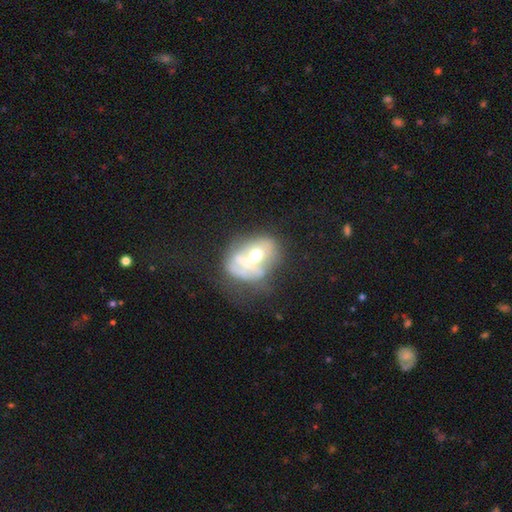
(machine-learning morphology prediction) A featured or disk galaxy (50%).

Vote fractions:
- Smooth or featured? featured or disk: 50% / smooth: 38% / star or artifact: 12%
- Edge-on disk? no: 94% / yes: 6%
- Merging? merger: 46% / none: 22% / major disturbance: 19% / minor disturbance: 13%